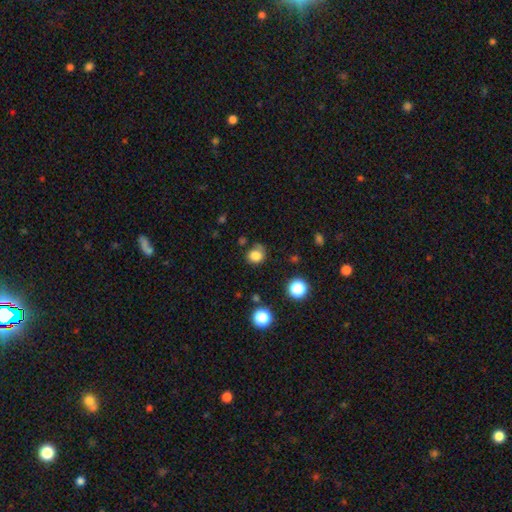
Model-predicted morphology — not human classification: Q: Smooth or featured?
A: smooth (82%); runner-up: star or artifact (13%)
Q: How rounded?
A: round (76%); runner-up: in between (23%)
Q: Merging?
A: none (68%); runner-up: minor disturbance (21%)